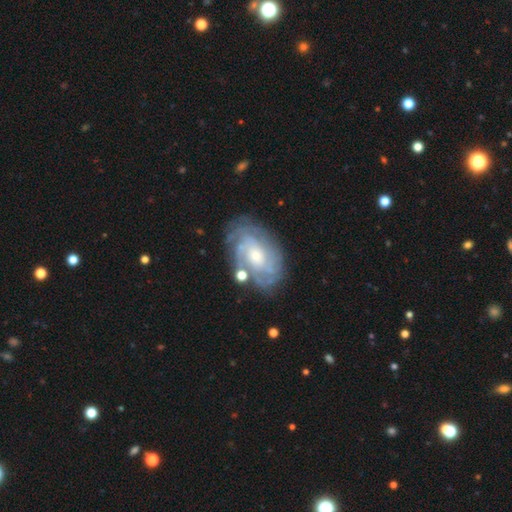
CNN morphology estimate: smooth_or_featured: featured or disk (p=0.82) [alt: smooth p=0.12]
disk_edge_on: no (p=0.96) [alt: yes p=0.04]
bar: no (p=0.70) [alt: weak p=0.25]
has_spiral_arms: yes (p=0.93) [alt: no p=0.07]
spiral_winding: tight (p=0.69) [alt: medium p=0.25]
spiral_arm_count: can't tell (p=0.41) [alt: 4 p=0.18]
bulge_size: small (p=0.51) [alt: moderate p=0.42]
merging: none (p=0.74) [alt: minor disturbance p=0.16]